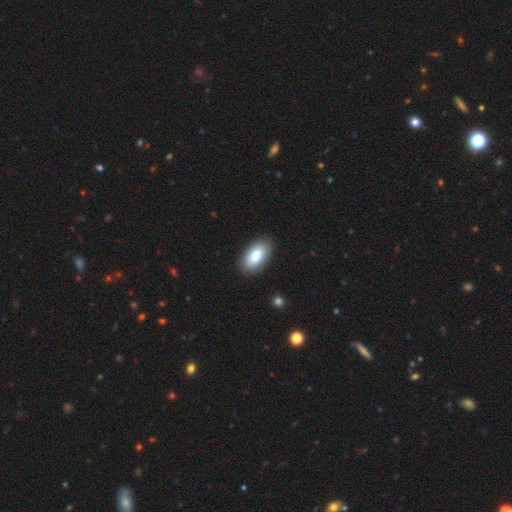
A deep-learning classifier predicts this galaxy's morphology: Q: Smooth or featured?
A: smooth (81%); runner-up: featured or disk (13%)
Q: How rounded?
A: in between (94%); runner-up: round (3%)
Q: Merging?
A: none (89%); runner-up: minor disturbance (8%)